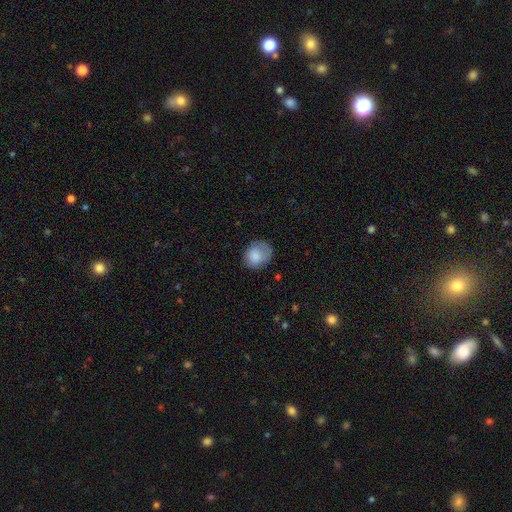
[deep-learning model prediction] Smooth or featured?
  - smooth: 81% *
  - featured or disk: 12%
  - star or artifact: 7%
How rounded?
  - round: 59% *
  - in between: 40%
  - cigar-shaped: 1%
Merging?
  - none: 62% *
  - minor disturbance: 26%
  - major disturbance: 10%
  - merger: 1%